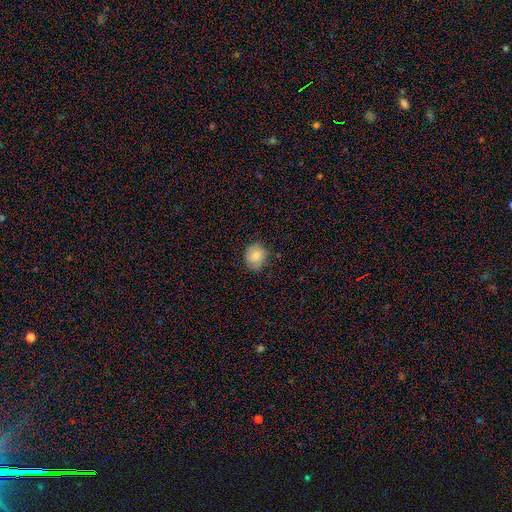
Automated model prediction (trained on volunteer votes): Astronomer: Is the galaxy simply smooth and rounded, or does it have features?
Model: smooth — 81%.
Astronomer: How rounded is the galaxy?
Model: round — 85%.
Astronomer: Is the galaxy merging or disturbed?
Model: none — 78%.